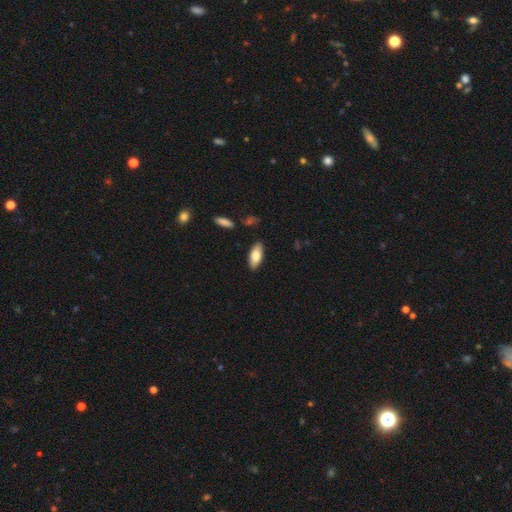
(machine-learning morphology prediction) smooth 75%, featured or disk 19%, star or artifact 6%. Down the decision tree: how rounded — in between (82%); merging — none (87%).